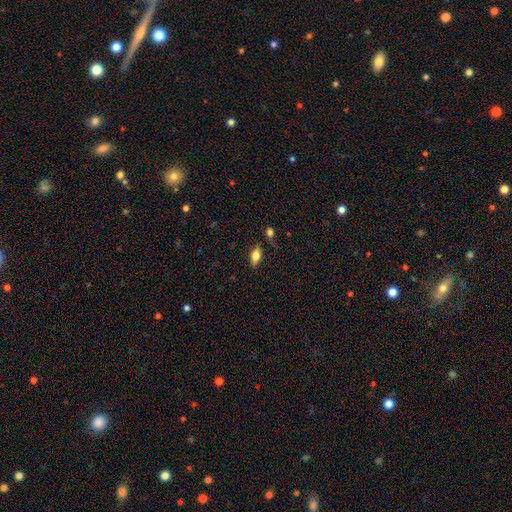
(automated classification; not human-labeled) This appears to be a smooth galaxy with no disk features (65%) that is in between round and cigar-shaped (85%). Merging: none (78%).